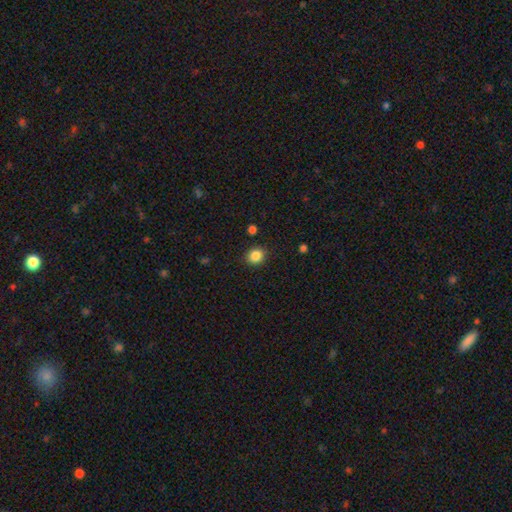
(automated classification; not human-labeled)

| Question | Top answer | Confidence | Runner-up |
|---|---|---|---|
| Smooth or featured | smooth | 85% | star or artifact (10%) |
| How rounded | round | 76% | in between (23%) |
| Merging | none | 87% | minor disturbance (9%) |